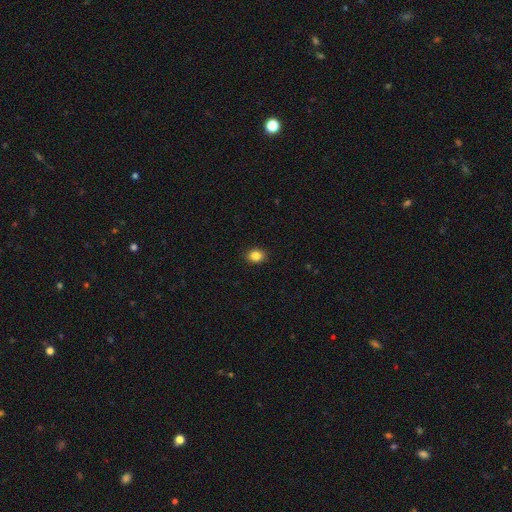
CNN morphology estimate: A smooth galaxy with no disk features (85%) that is round (56%). Merging: none (91%).